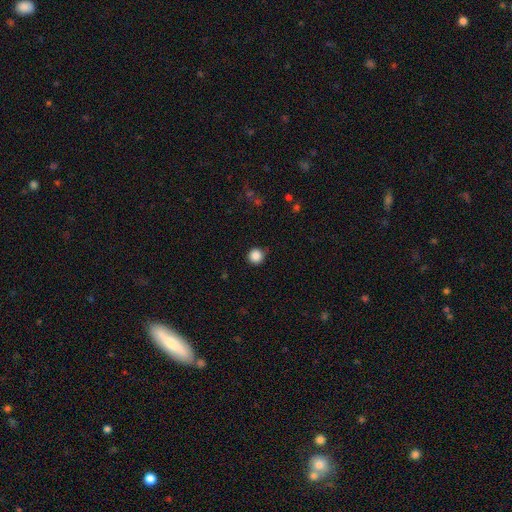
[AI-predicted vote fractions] The model was most divided on "merging": none: 85%, minor disturbance: 11%, major disturbance: 3%, merger: 1%. More confident: how rounded — round (95%); smooth or featured — smooth (87%).